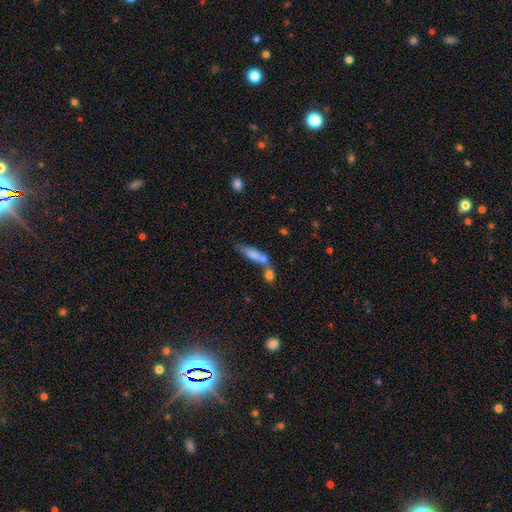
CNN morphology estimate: type=smooth (71%); roundness=cigar-shaped (54%); merging=merger (54%).